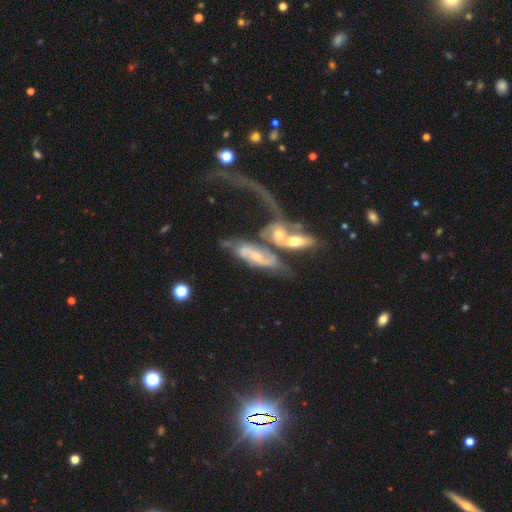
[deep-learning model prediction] Smooth or featured? featured or disk (76%)
Edge-on disk? no (86%)
Bar? no (49%)
Spiral arms? yes (84%)
Spiral winding? loose (46%)
Spiral arm count? 2 (56%)
Bulge size? moderate (46%)
Merging? merger (62%)